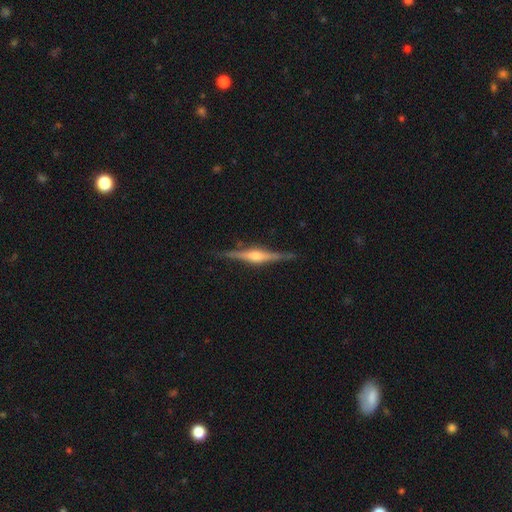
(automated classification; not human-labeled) Smooth or featured?
  - featured or disk: 84% *
  - smooth: 10%
  - star or artifact: 5%
Edge-on disk?
  - yes: 98% *
  - no: 2%
Edge-on bulge?
  - rounded: 84% *
  - boxy: 12%
  - none: 4%
Merging?
  - none: 88% *
  - minor disturbance: 9%
  - major disturbance: 2%
  - merger: 1%